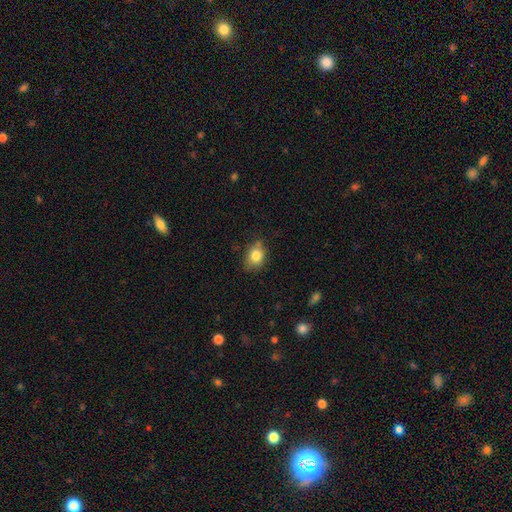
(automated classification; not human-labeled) smooth-or-featured: smooth: 81% | featured or disk: 10% | star or artifact: 10%
  how-rounded: in between: 60% | round: 39% | cigar-shaped: 1%
  merging: none: 68% | minor disturbance: 25% | major disturbance: 5% | merger: 3%